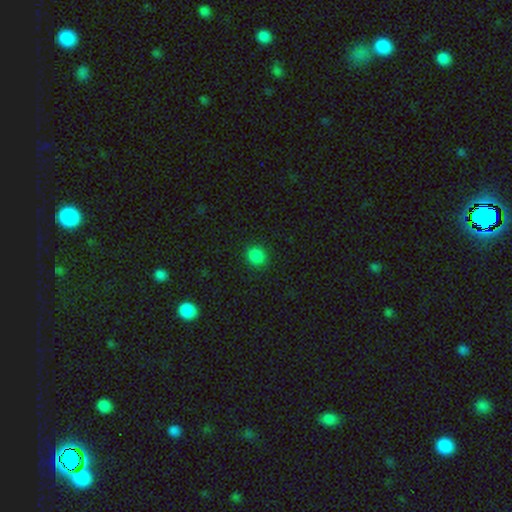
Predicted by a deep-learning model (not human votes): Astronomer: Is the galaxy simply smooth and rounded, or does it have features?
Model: smooth — 86%.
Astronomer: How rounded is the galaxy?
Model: round — 79%.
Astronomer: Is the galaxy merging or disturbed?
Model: none — 89%.